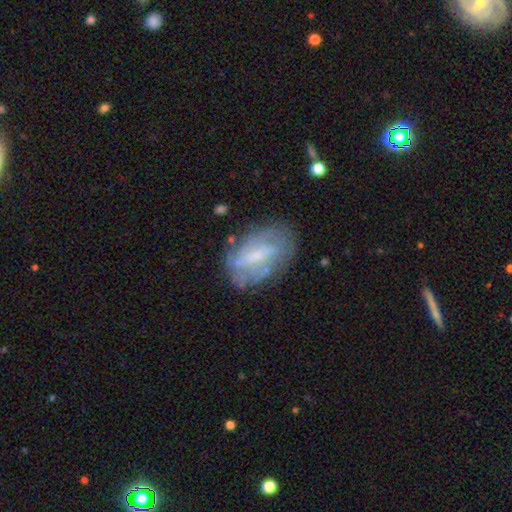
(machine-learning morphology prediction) Overall: featured or disk (61%; smooth 31%). Edge-on disk: no (93%). Bar: weak (46%; strong 32%). Spiral arms: yes (56%; no 44%). Bulge size: small (41%; moderate 28%). Merging: none (65%).